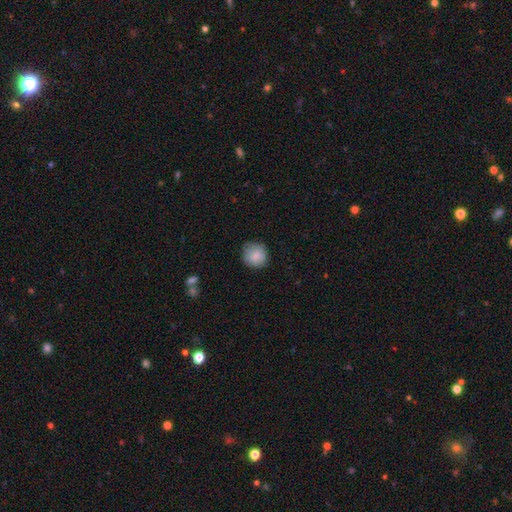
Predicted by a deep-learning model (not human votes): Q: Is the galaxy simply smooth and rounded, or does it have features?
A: smooth — 84%.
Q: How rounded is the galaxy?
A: round — 87%.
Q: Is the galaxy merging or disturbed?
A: none — 76%.